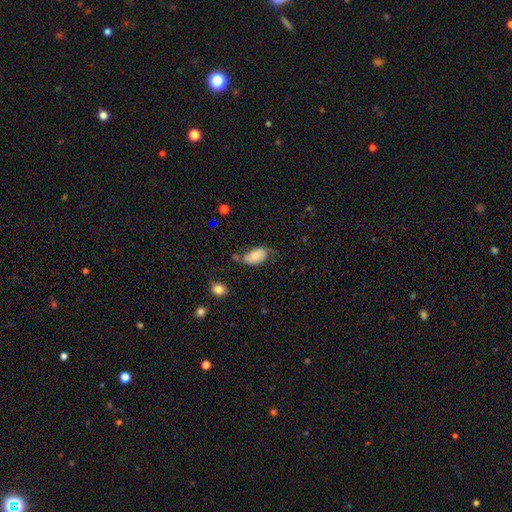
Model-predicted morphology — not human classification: type=smooth (62%); roundness=in between (92%); merging=none (43%).